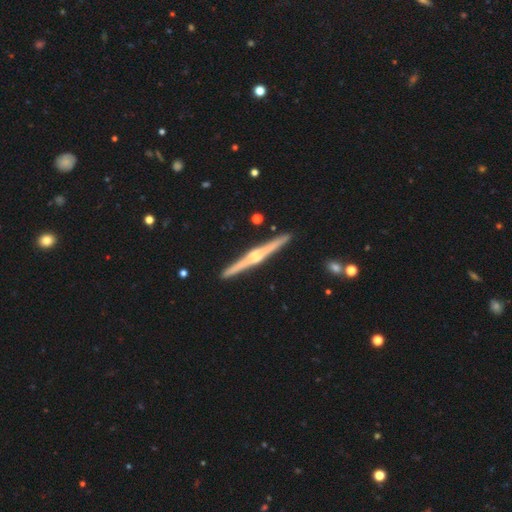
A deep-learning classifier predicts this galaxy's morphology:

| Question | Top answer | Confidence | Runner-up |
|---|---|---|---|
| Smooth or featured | featured or disk | 84% | smooth (11%) |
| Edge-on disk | yes | 99% | no (1%) |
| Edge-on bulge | rounded | 86% | boxy (8%) |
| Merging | none | 92% | minor disturbance (5%) |